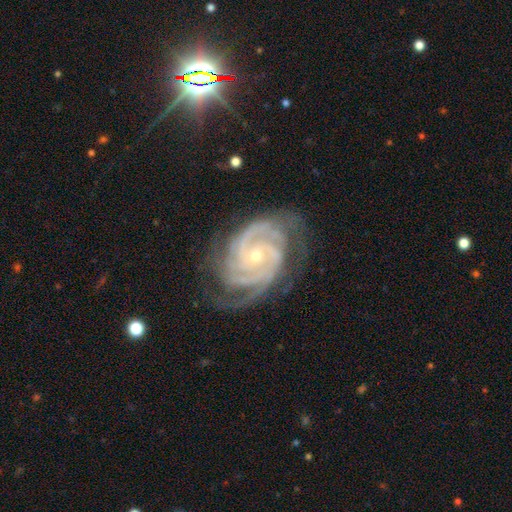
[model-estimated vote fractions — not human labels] Q: Smooth or featured?
A: featured or disk (93%); runner-up: star or artifact (5%)
Q: Edge-on disk?
A: no (98%); runner-up: yes (2%)
Q: Bar?
A: no (64%); runner-up: weak (25%)
Q: Spiral arms?
A: yes (99%); runner-up: no (1%)
Q: Spiral winding?
A: tight (71%); runner-up: medium (26%)
Q: Spiral arm count?
A: 3 (35%); runner-up: 4 (22%)
Q: Bulge size?
A: small (69%); runner-up: moderate (28%)
Q: Merging?
A: none (74%); runner-up: minor disturbance (18%)